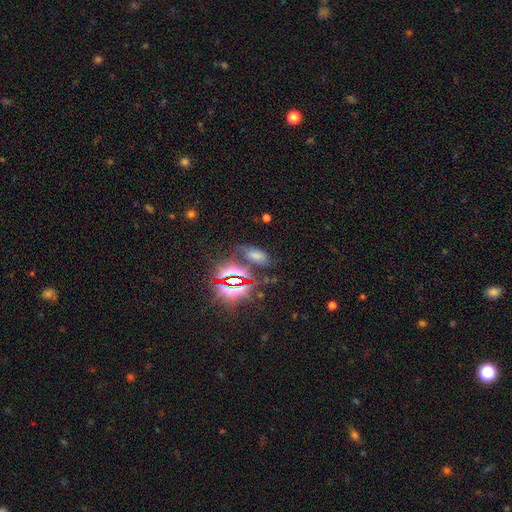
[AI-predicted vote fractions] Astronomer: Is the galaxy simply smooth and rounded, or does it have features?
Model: smooth — 49% (runner-up: star or artifact, 38%).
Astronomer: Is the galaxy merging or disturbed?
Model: none — 63%.